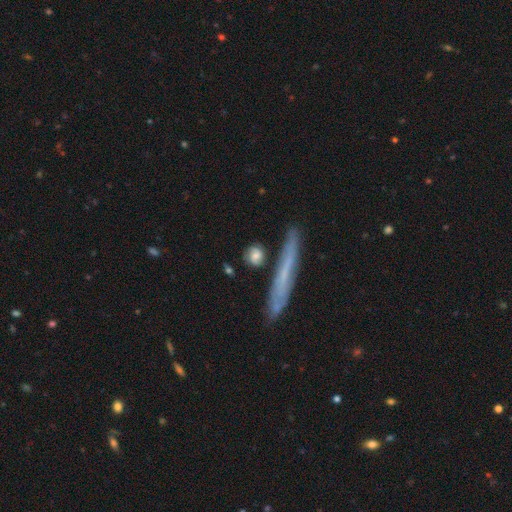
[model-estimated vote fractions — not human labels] smooth-or-featured: smooth: 64% | featured or disk: 28% | star or artifact: 8%
  how-rounded: round: 57% | cigar-shaped: 23% | in between: 20%
  merging: none: 71% | minor disturbance: 17% | major disturbance: 6% | merger: 6%